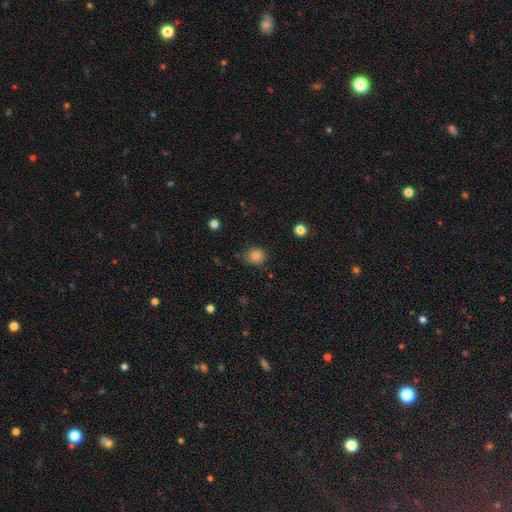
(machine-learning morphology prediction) smooth 82%, star or artifact 12%, featured or disk 6%. Down the decision tree: how rounded — round (77%); merging — none (75%).